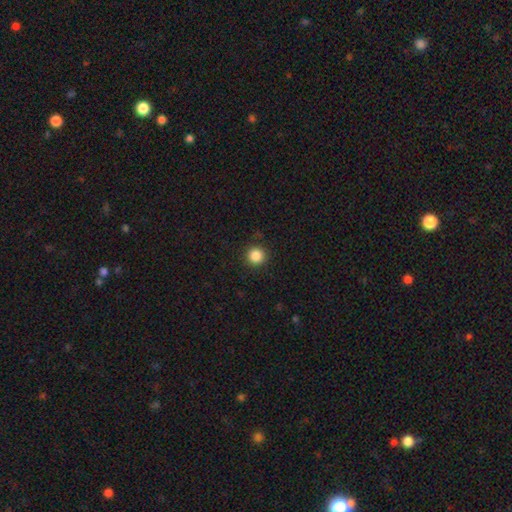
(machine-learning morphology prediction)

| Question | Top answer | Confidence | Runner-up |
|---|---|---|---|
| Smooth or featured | smooth | 86% | star or artifact (11%) |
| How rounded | round | 95% | in between (4%) |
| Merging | none | 90% | minor disturbance (7%) |